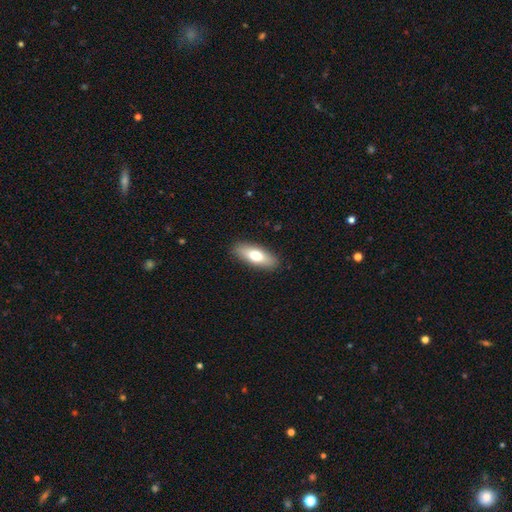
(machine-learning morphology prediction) Overall: smooth (71%). How rounded: in between (69%). Merging: none (89%).